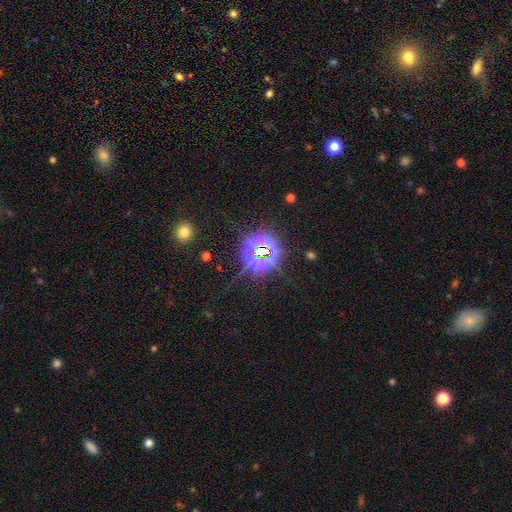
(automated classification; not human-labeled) Morphology: type=star or artifact (82%).